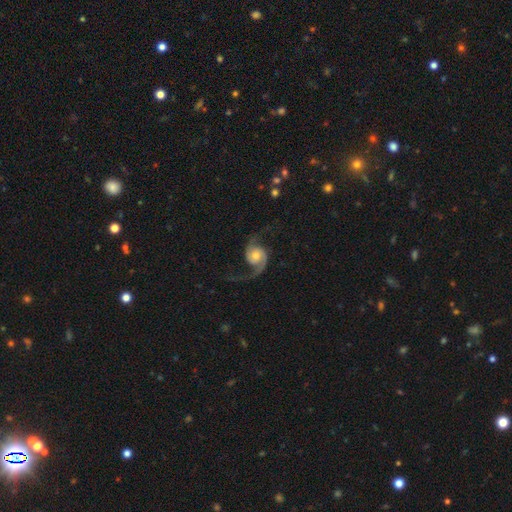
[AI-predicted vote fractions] Overall: featured or disk (89%). Edge-on disk: no (98%). Bar: no (71%). Spiral arms: yes (98%). Spiral arm count: 2 (90%). Spiral winding: loose (62%; medium 31%). Bulge size: moderate (56%; small 31%). Merging: none (69%).